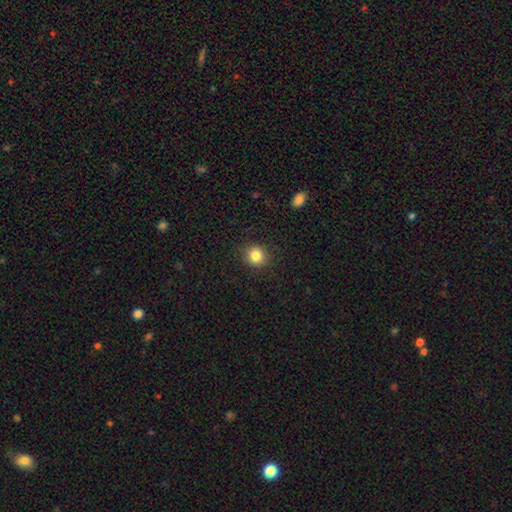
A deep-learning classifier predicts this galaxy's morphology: A smooth galaxy with no disk features (83%) that is round (90%).

Vote fractions:
- Smooth or featured? smooth: 83% / star or artifact: 11% / featured or disk: 5%
- How rounded? round: 90% / in between: 9% / cigar-shaped: 1%
- Merging? none: 90% / minor disturbance: 7% / major disturbance: 2% / merger: 1%